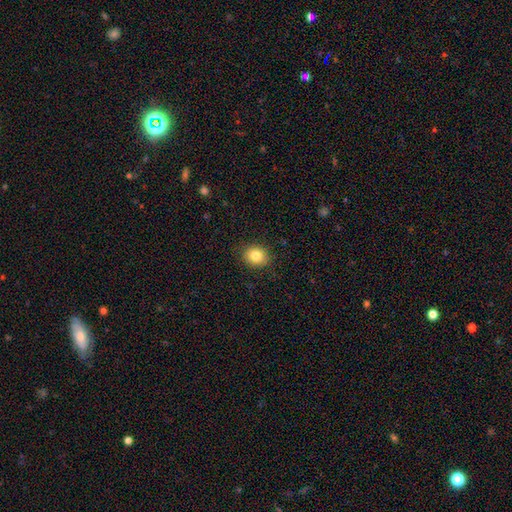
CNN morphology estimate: type=smooth (84%); roundness=round (64%); merging=none (89%).